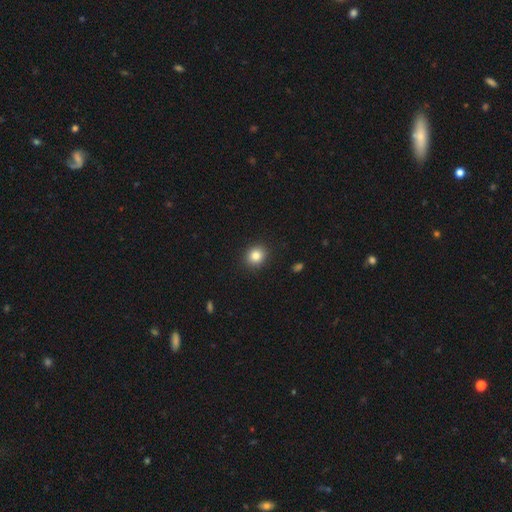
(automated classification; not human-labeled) Smooth or featured? Predicted: smooth (p=0.84). How rounded? Predicted: round (p=0.79). Merging? Predicted: none (p=0.91).